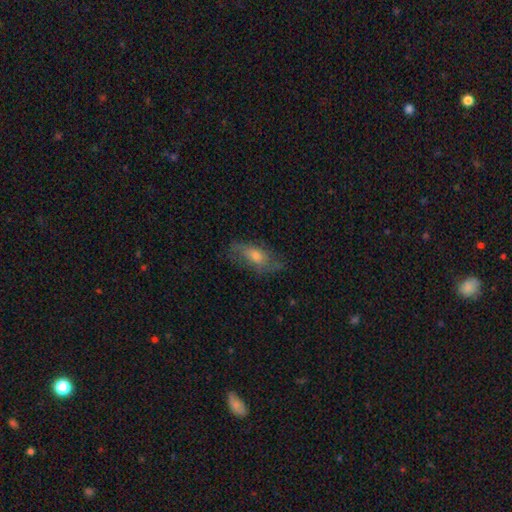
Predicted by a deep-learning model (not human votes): smooth-or-featured: smooth: 46% | featured or disk: 45% | star or artifact: 9%
  merging: none: 66% | minor disturbance: 22% | major disturbance: 10% | merger: 2%